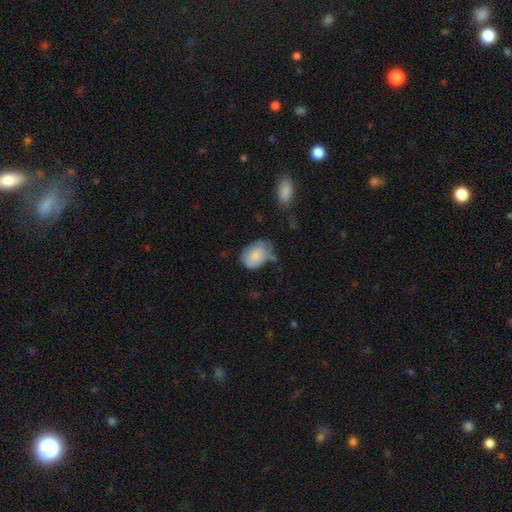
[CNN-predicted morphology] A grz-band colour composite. It shows a smooth galaxy with no disk features (77%) that is in between round and cigar-shaped (76%). Merging: none (41%).